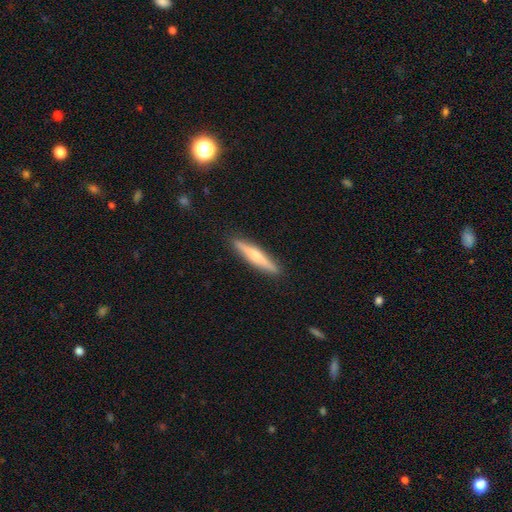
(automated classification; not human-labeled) Smooth or featured? Predicted: smooth (p=0.49). Merging? Predicted: none (p=0.91).